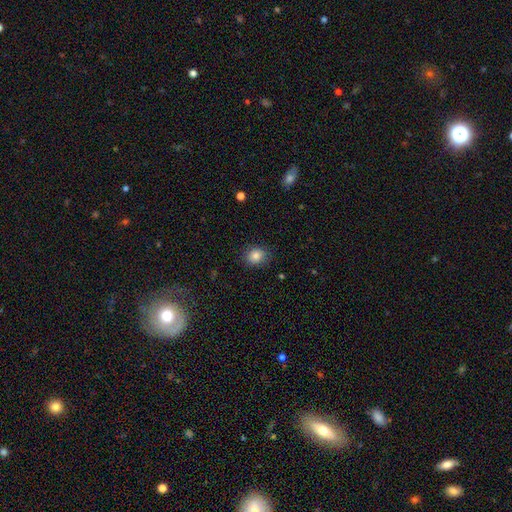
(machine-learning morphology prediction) Q: Smooth or featured?
A: smooth (84%); runner-up: star or artifact (10%)
Q: How rounded?
A: round (63%); runner-up: in between (37%)
Q: Merging?
A: none (84%); runner-up: minor disturbance (12%)